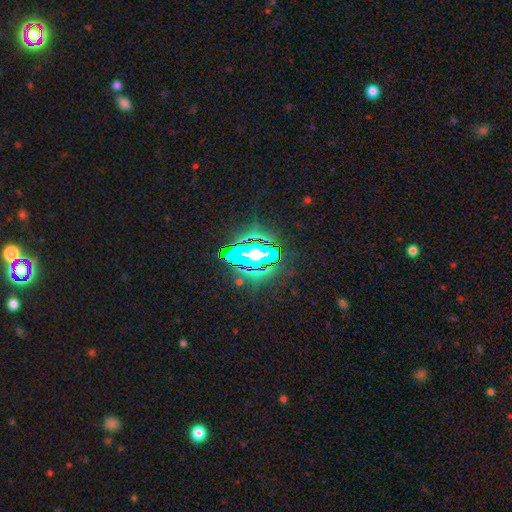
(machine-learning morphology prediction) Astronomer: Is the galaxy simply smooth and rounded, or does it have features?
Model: star or artifact — 64%.